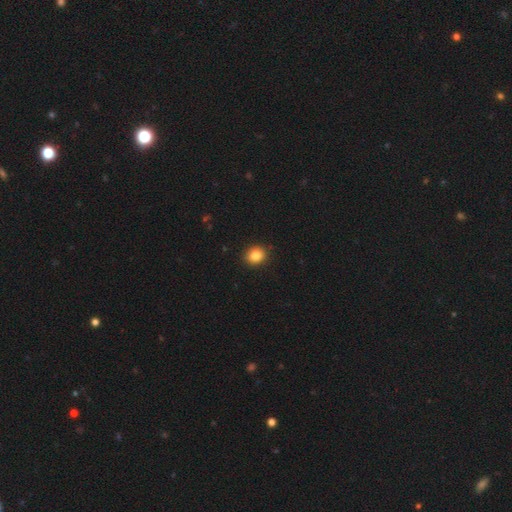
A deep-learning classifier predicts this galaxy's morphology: type=smooth (85%); roundness=round (70%); merging=none (90%).